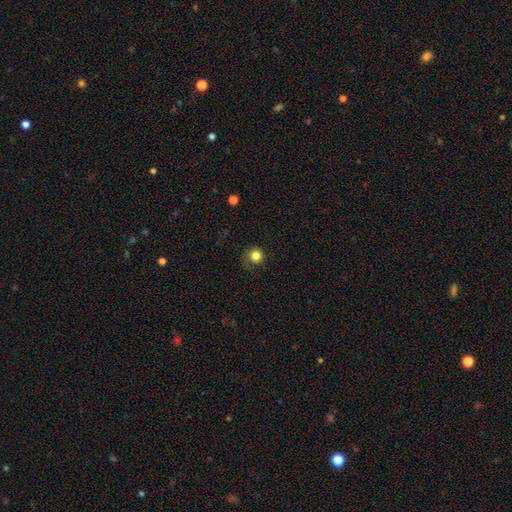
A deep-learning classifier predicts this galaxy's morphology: The model was most divided on "merging": none: 74%, minor disturbance: 18%, major disturbance: 7%, merger: 1%. More confident: how rounded — round (90%); smooth or featured — smooth (83%).